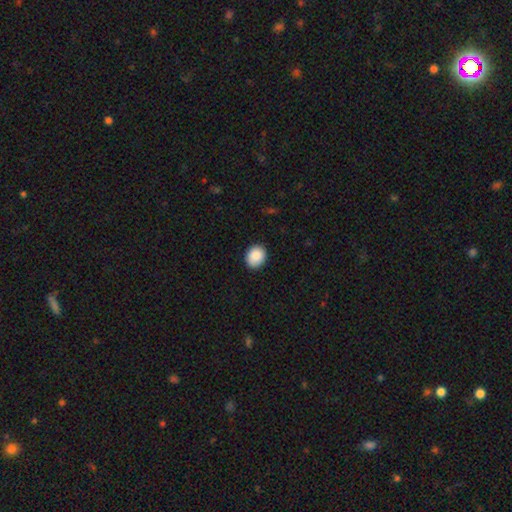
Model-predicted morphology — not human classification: Smooth or featured: smooth — 89% (star or artifact — 7%)
How rounded: round — 59% (in between — 40%)
Merging: none — 88% (minor disturbance — 9%)